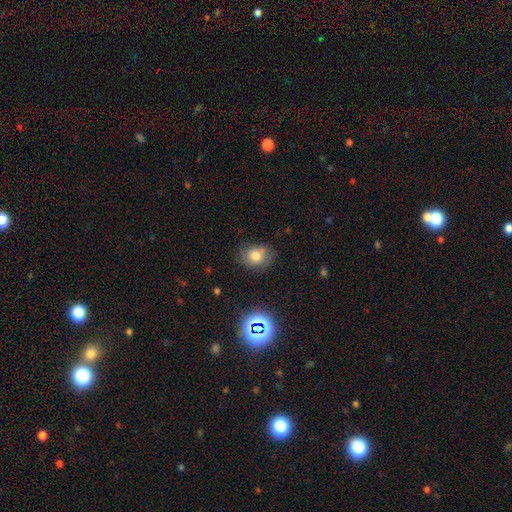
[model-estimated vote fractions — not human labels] Morphology: type=smooth (71%); roundness=round (54%); merging=none (67%).